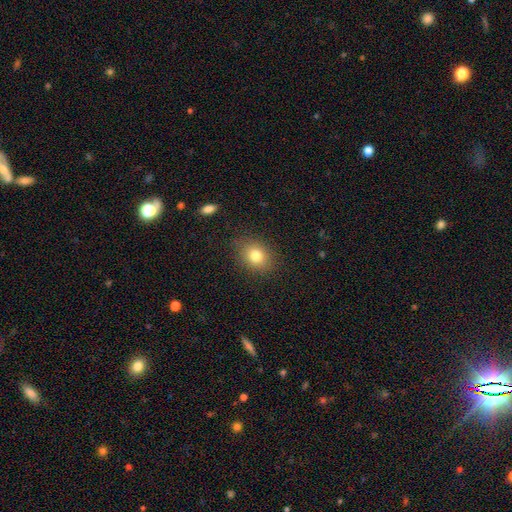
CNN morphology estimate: smooth-or-featured: smooth: 80% | star or artifact: 11% | featured or disk: 9%
  how-rounded: in between: 53% | round: 46% | cigar-shaped: 1%
  merging: none: 85% | minor disturbance: 10% | major disturbance: 3% | merger: 1%